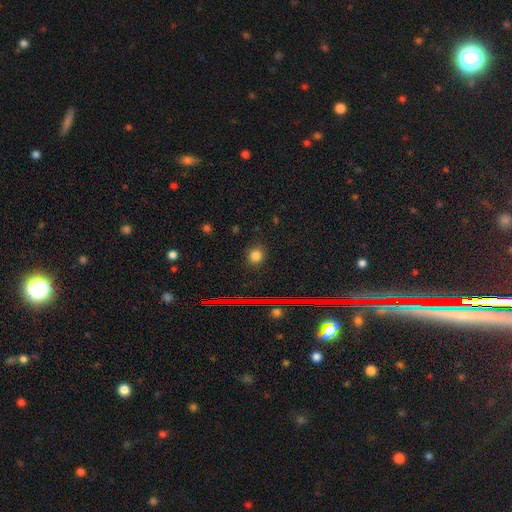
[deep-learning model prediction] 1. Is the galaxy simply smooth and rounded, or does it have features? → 78% smooth, 17% star or artifact, 6% featured or disk.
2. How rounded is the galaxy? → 76% round, 22% in between, 1% cigar-shaped.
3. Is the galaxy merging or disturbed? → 88% none, 8% minor disturbance, 2% major disturbance, 1% merger.